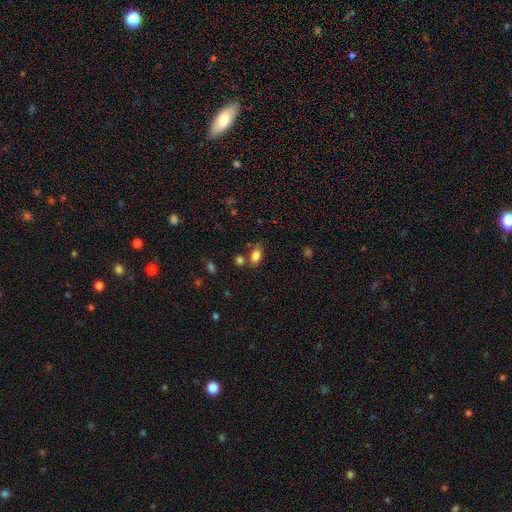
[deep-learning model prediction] smooth 83%, star or artifact 10%, featured or disk 7%. Down the decision tree: how rounded — in between (87%); merging — none (67%).